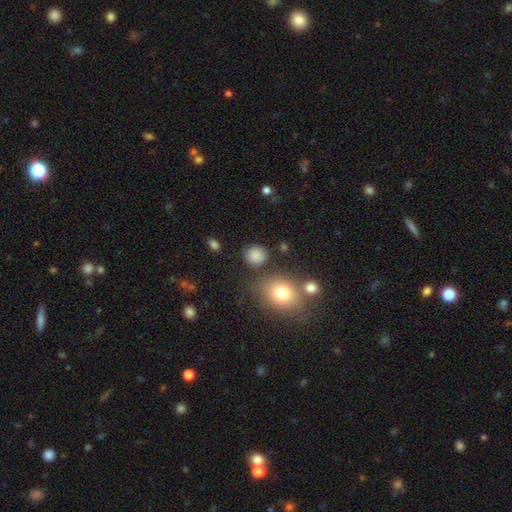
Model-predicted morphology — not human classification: Smooth or featured: smooth — 83% (star or artifact — 12%)
How rounded: round — 79% (in between — 20%)
Merging: none — 76% (minor disturbance — 14%)